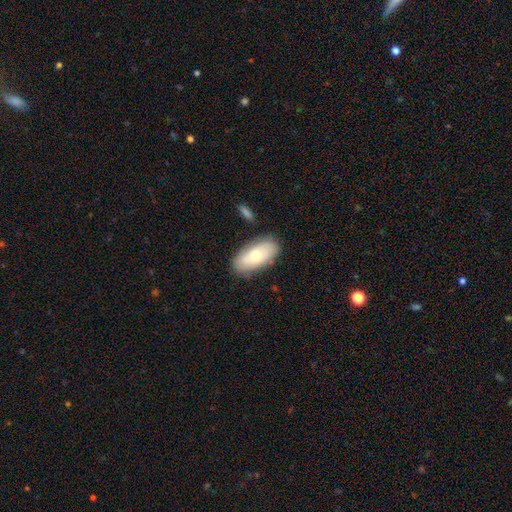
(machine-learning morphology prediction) A smooth galaxy with no disk features (69%) that is in between round and cigar-shaped (91%).

Vote fractions:
- Smooth or featured? smooth: 69% / featured or disk: 25% / star or artifact: 6%
- How rounded? in between: 91% / cigar-shaped: 6% / round: 3%
- Merging? none: 78% / minor disturbance: 14% / merger: 4% / major disturbance: 3%